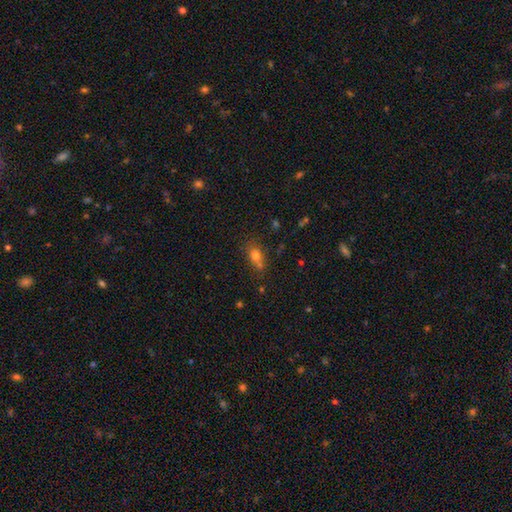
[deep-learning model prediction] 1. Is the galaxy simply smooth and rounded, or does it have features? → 70% smooth, 17% star or artifact, 12% featured or disk.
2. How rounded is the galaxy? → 59% in between, 36% round, 6% cigar-shaped.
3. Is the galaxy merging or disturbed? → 52% none, 23% merger, 18% minor disturbance, 7% major disturbance.